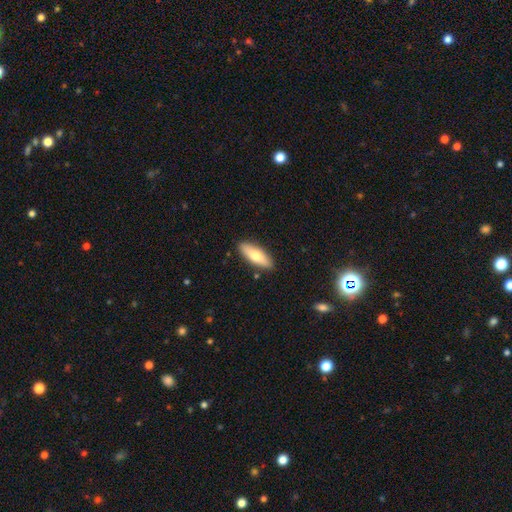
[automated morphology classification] Q: Smooth or featured?
A: smooth (71%); runner-up: featured or disk (23%)
Q: How rounded?
A: in between (59%); runner-up: cigar-shaped (38%)
Q: Merging?
A: none (87%); runner-up: minor disturbance (9%)